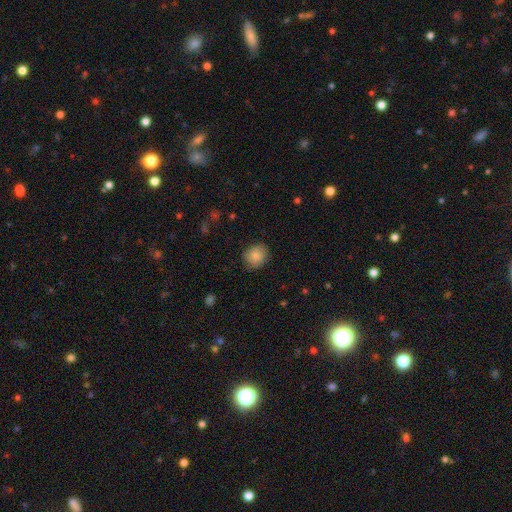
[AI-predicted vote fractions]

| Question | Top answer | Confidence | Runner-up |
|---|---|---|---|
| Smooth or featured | smooth | 84% | featured or disk (8%) |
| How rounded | round | 73% | in between (26%) |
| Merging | none | 80% | minor disturbance (16%) |